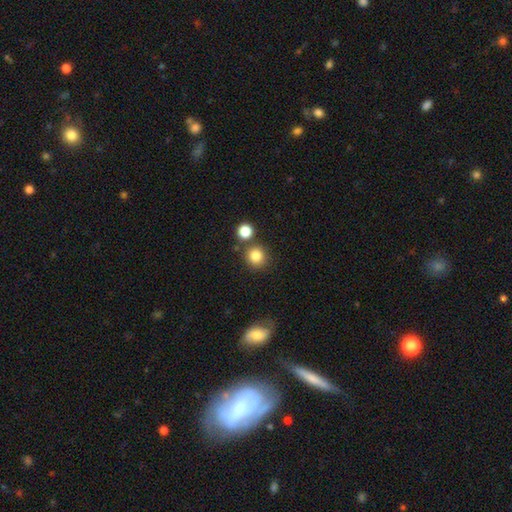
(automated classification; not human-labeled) Overall: smooth (83%). How rounded: round (91%). Merging: none (78%).